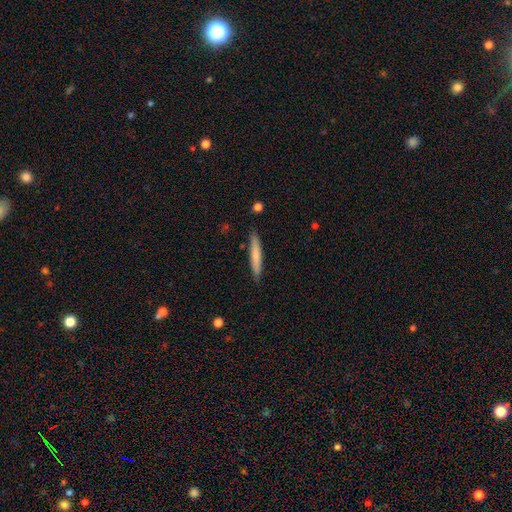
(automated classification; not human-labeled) Smooth or featured: smooth — 69% (featured or disk — 25%)
How rounded: cigar-shaped — 95% (in between — 4%)
Merging: none — 88% (minor disturbance — 9%)